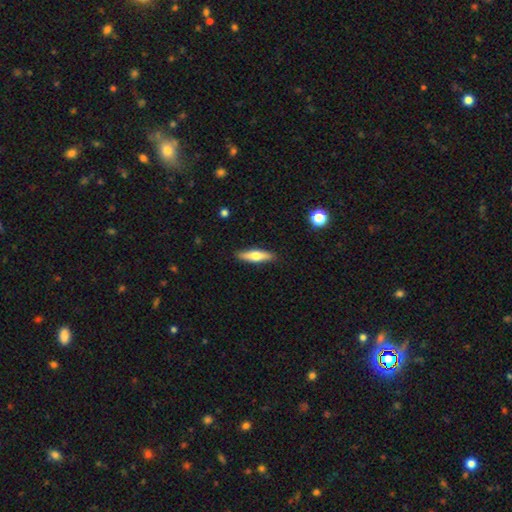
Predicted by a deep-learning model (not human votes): The model was most divided on "smooth or featured": smooth: 54%, featured or disk: 40%, star or artifact: 6%. More confident: merging — none (90%); how rounded — cigar-shaped (72%).